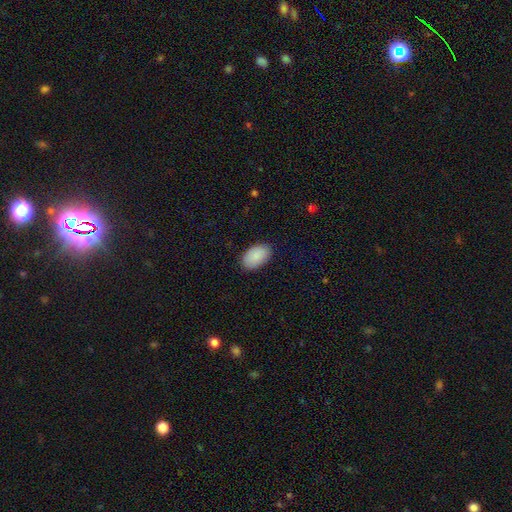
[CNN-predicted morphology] Overall: smooth (90%). How rounded: in between (94%). Merging: none (87%).